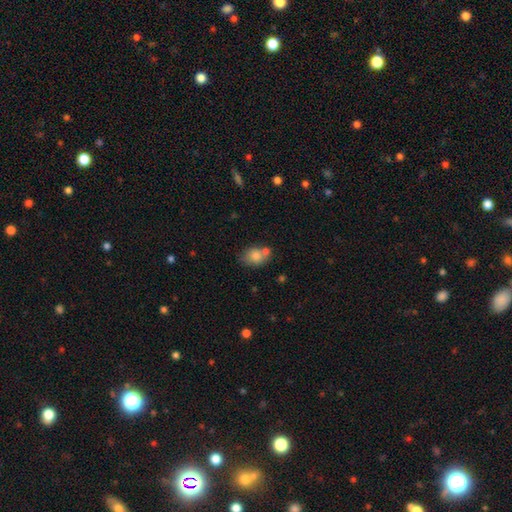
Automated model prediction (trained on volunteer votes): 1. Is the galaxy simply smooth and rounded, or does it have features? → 78% smooth, 12% featured or disk, 9% star or artifact.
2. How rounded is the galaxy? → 65% in between, 34% round, 1% cigar-shaped.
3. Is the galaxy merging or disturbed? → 54% none, 25% merger, 17% minor disturbance, 5% major disturbance.